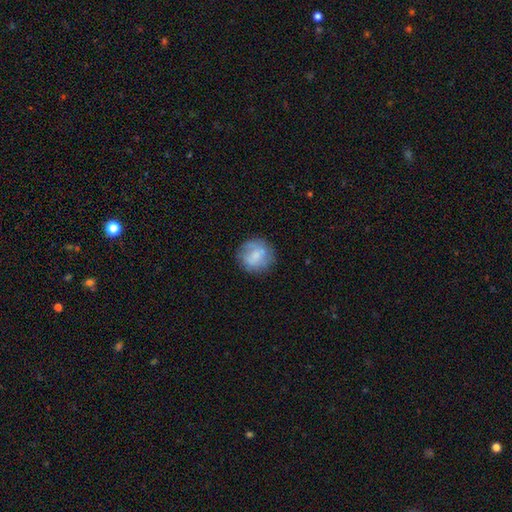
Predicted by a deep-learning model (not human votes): This appears to be a smooth galaxy with no disk features (67%) that is round (87%). Merging: none (73%).